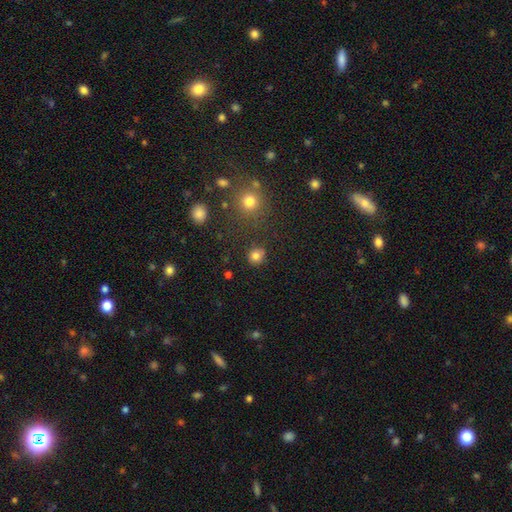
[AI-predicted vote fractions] Overall: smooth (80%). How rounded: round (81%). Merging: none (82%).